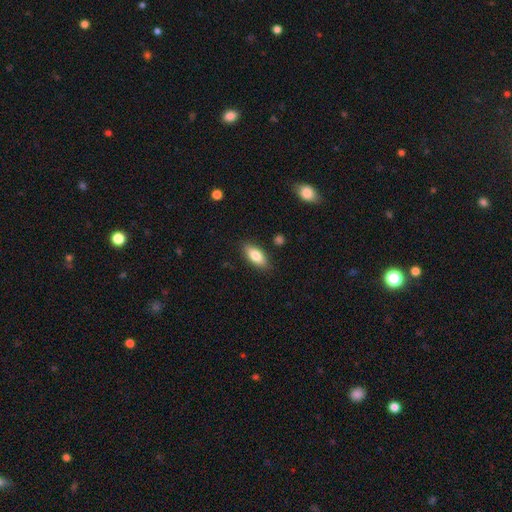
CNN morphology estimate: smooth-or-featured: smooth: 80% | featured or disk: 13% | star or artifact: 7%
  how-rounded: in between: 86% | cigar-shaped: 12% | round: 3%
  merging: none: 86% | minor disturbance: 10% | major disturbance: 2% | merger: 2%